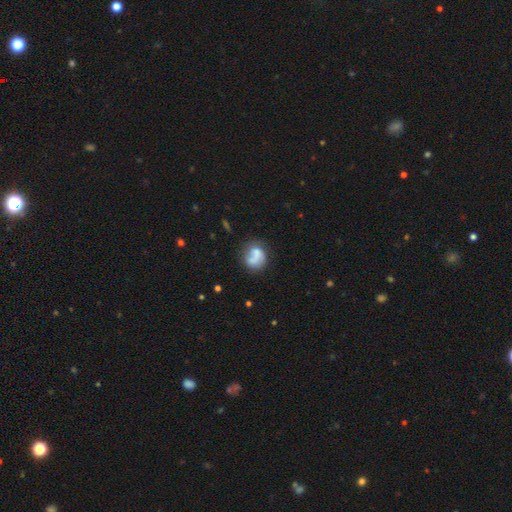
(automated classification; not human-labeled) Smooth or featured?
  - smooth: 53% *
  - featured or disk: 38%
  - star or artifact: 9%
How rounded?
  - round: 63% *
  - in between: 36%
  - cigar-shaped: 1%
Merging?
  - none: 46% *
  - minor disturbance: 21%
  - major disturbance: 19%
  - merger: 13%